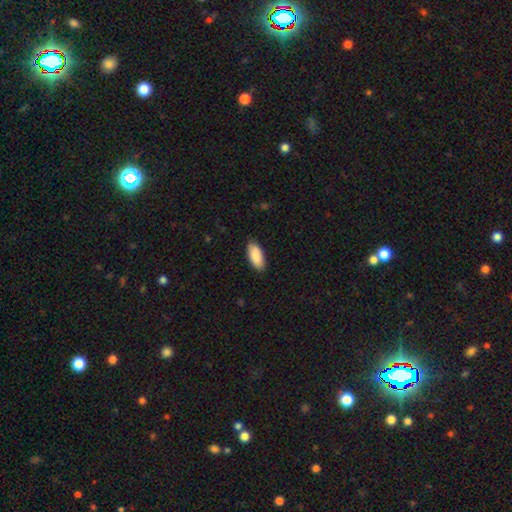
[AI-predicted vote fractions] Smooth or featured?
  - smooth: 90% *
  - star or artifact: 5%
  - featured or disk: 5%
How rounded?
  - in between: 88% *
  - cigar-shaped: 10%
  - round: 2%
Merging?
  - none: 86% *
  - minor disturbance: 11%
  - major disturbance: 2%
  - merger: 1%